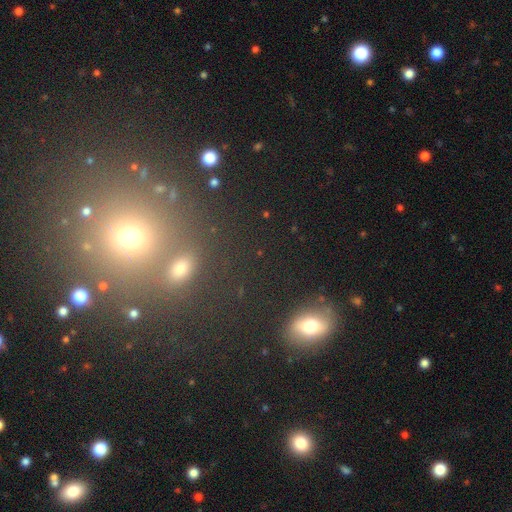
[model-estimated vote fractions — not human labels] smooth 52%, star or artifact 35%, featured or disk 13%. Down the decision tree: how rounded — round (56%); merging — none (73%).